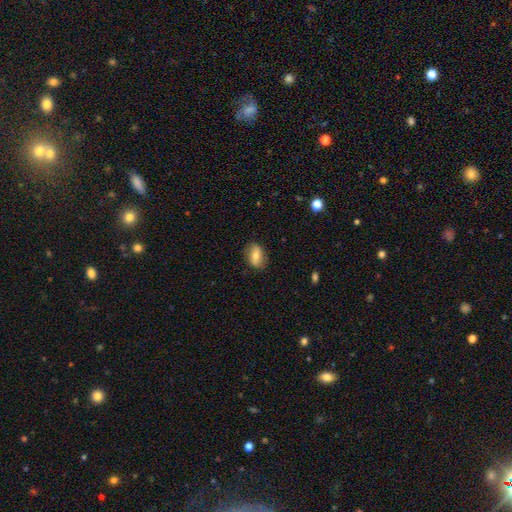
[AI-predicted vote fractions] smooth_or_featured: smooth (p=0.67) [alt: featured or disk p=0.25]
how_rounded: in between (p=0.83) [alt: round p=0.12]
merging: none (p=0.81) [alt: minor disturbance p=0.15]